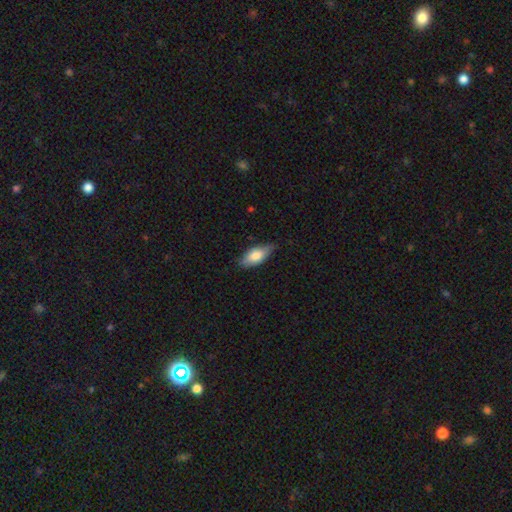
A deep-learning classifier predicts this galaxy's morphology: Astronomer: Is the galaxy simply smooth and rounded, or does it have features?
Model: smooth — 75%.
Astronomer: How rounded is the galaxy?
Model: in between — 85%.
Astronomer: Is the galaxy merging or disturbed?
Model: none — 74%.